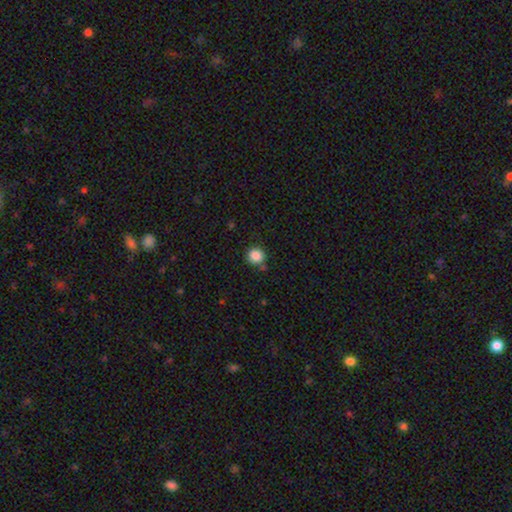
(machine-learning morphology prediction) This is clearly a smooth galaxy (87%). How rounded: clearly round (91%). Merging: likely none (78%).